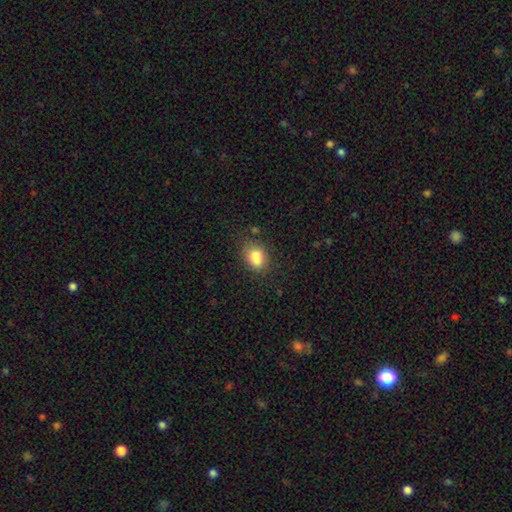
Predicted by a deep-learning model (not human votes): A smooth galaxy with no disk features (81%) that is in between round and cigar-shaped (70%). Merging: none (61%).